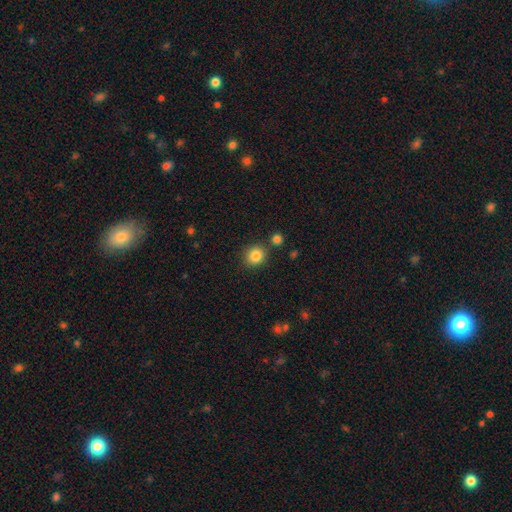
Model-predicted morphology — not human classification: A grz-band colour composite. It shows a smooth galaxy with no disk features (84%) that is round (84%). Merging: none (81%).